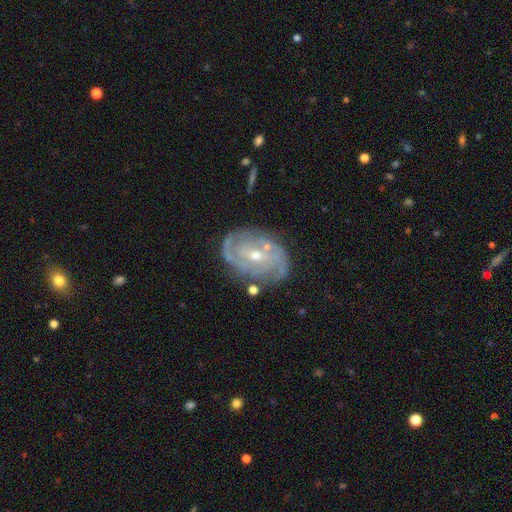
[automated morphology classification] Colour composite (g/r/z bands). It shows a featured or disk galaxy (87%) with a weak bar (43%), 2 (34%) tight (63%) spiral arms (95%) and a small central bulge (54%). Merging: none (73%).